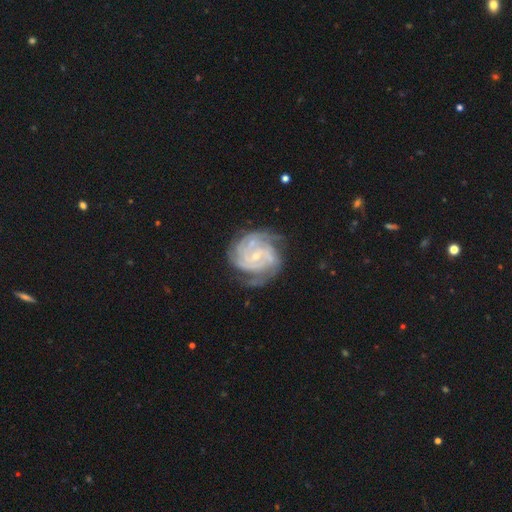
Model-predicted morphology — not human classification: This is clearly a featured or disk galaxy (90%). It is clearly not viewed edge-on (98%). Bar: possibly no (60%). Spiral arm pattern: clearly yes (98%). Spiral arm count: marginally 4 (27%). Spiral winding: likely tight (74%). Central bulge: likely small (77%). Merging: likely none (70%).